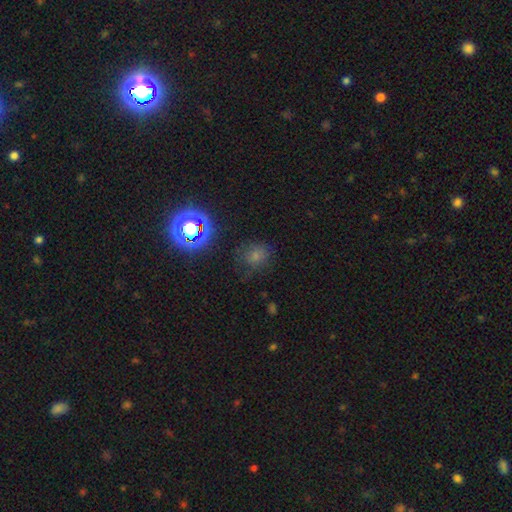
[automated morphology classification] A smooth galaxy with no disk features (61%) that is round (67%). Merging: none (72%).